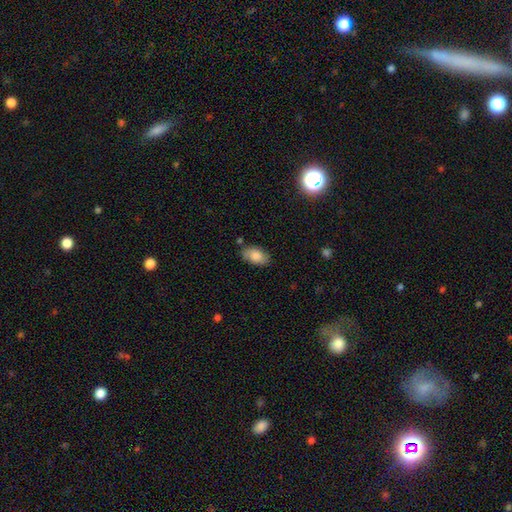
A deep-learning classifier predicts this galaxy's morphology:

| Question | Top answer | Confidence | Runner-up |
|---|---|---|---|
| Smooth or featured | smooth | 84% | featured or disk (9%) |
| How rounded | in between | 93% | round (6%) |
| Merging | none | 77% | minor disturbance (16%) |